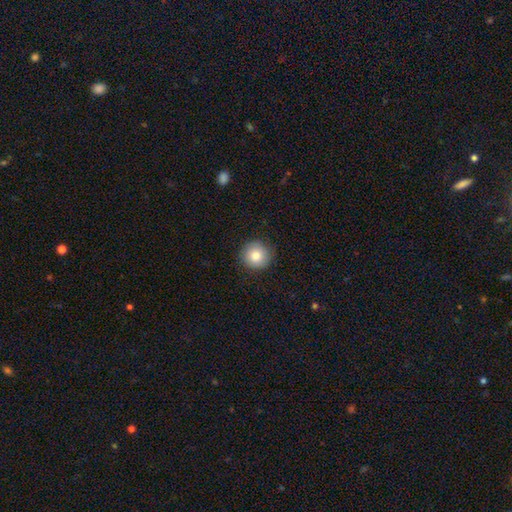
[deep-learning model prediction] A smooth galaxy with no disk features (83%) that is round (94%).

Vote fractions:
- Smooth or featured? smooth: 83% / star or artifact: 9% / featured or disk: 8%
- How rounded? round: 94% / in between: 5% / cigar-shaped: 1%
- Merging? none: 89% / minor disturbance: 8% / major disturbance: 2% / merger: 1%